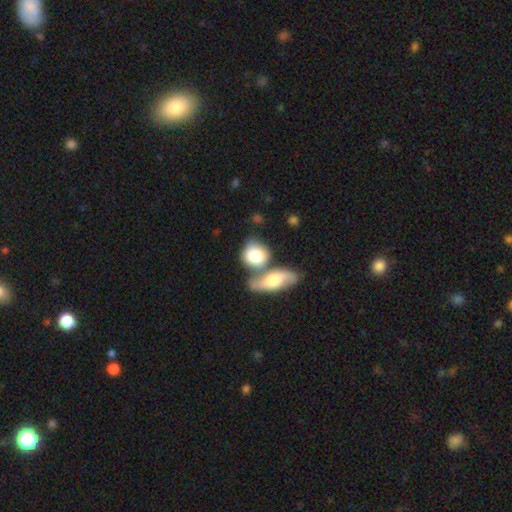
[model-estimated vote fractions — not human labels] smooth 74%, featured or disk 21%, star or artifact 5%. Down the decision tree: how rounded — in between (49%); merging — merger (48%).